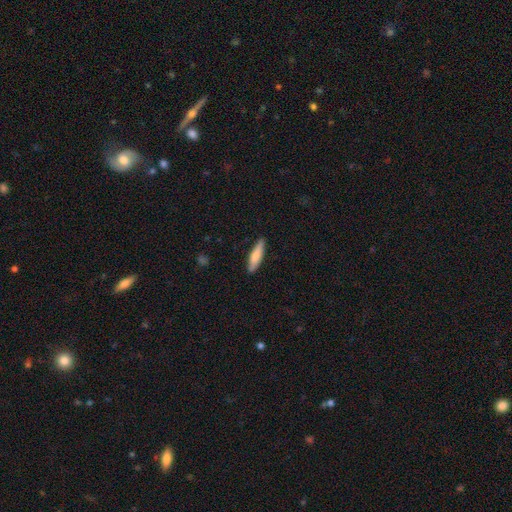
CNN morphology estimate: Smooth or featured?
  - smooth: 74% *
  - featured or disk: 20%
  - star or artifact: 5%
How rounded?
  - cigar-shaped: 75% *
  - in between: 23%
  - round: 2%
Merging?
  - none: 87% *
  - minor disturbance: 10%
  - major disturbance: 2%
  - merger: 1%